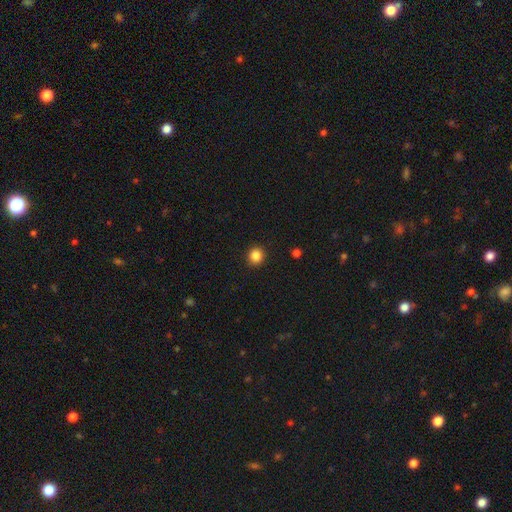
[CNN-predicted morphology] A smooth galaxy with no disk features (85%) that is round (89%). Merging: none (92%).